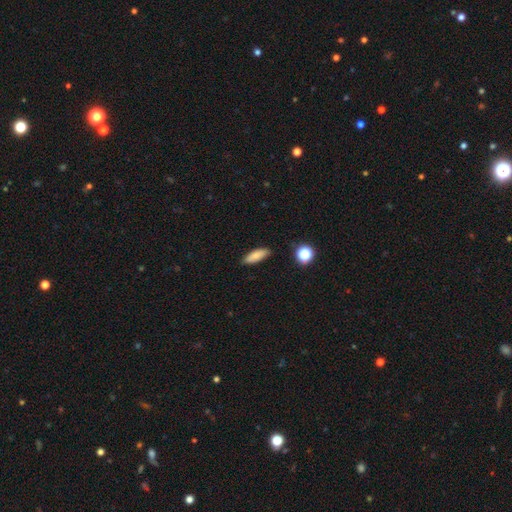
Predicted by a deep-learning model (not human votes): This is clearly a smooth galaxy (81%). How rounded: likely in between (61%). Merging: clearly none (86%).